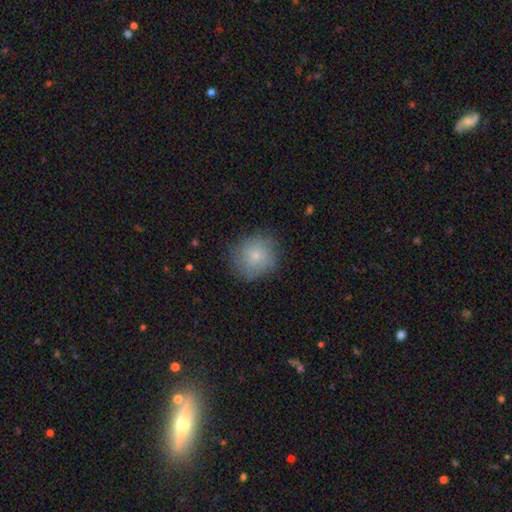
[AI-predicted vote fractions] Smooth or featured: smooth — 75% (featured or disk — 17%)
How rounded: round — 88% (in between — 11%)
Merging: none — 77% (minor disturbance — 17%)